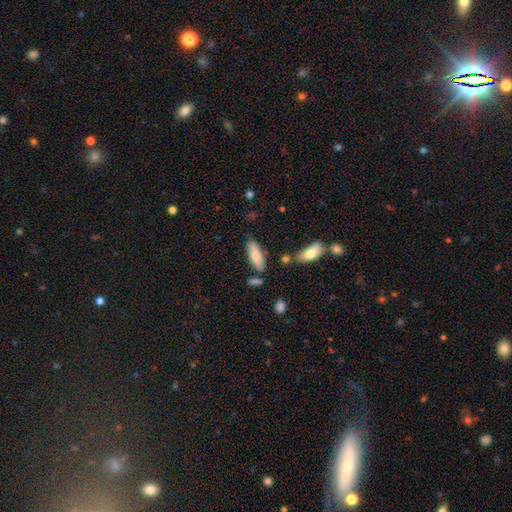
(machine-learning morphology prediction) A smooth galaxy with no disk features (75%) that is in between round and cigar-shaped (63%). Merging: none (76%).